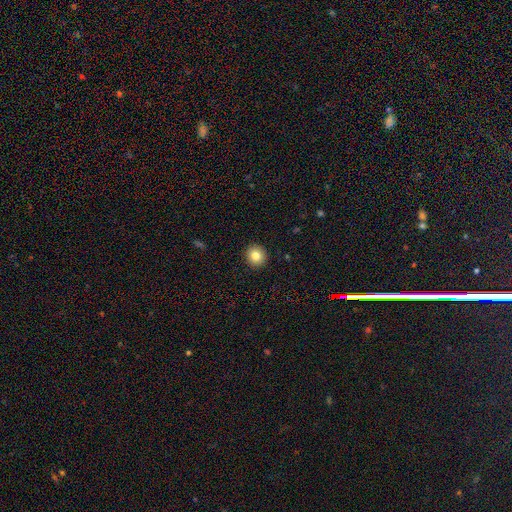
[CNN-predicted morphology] smooth_or_featured: smooth (p=0.83) [alt: star or artifact p=0.10]
how_rounded: round (p=0.92) [alt: in between p=0.07]
merging: none (p=0.93) [alt: minor disturbance p=0.05]